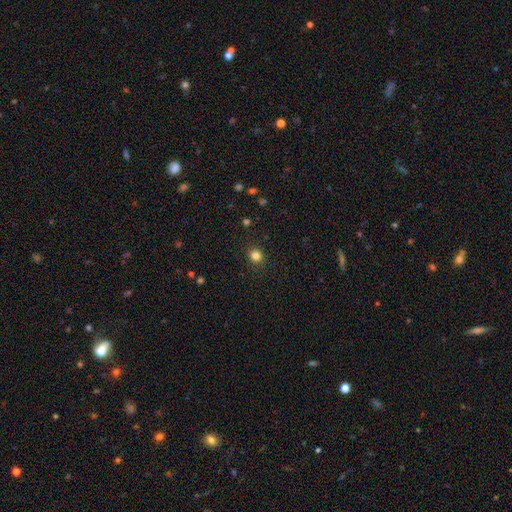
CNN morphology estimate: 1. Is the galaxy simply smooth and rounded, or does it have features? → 82% smooth, 13% star or artifact, 5% featured or disk.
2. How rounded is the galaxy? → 82% round, 17% in between, 1% cigar-shaped.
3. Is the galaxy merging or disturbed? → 90% none, 7% minor disturbance, 2% major disturbance, 1% merger.